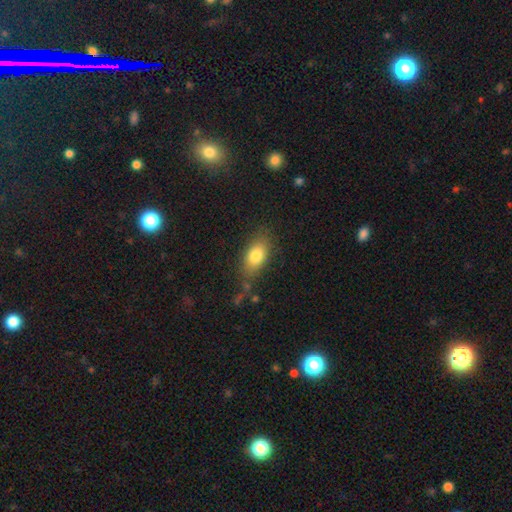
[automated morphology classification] Overall: smooth (80%). How rounded: in between (84%). Merging: none (71%).